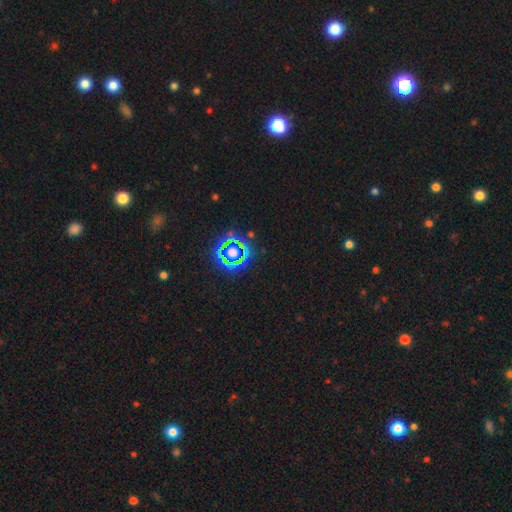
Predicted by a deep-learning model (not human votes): star or artifact 80%, smooth 13%, featured or disk 7%.